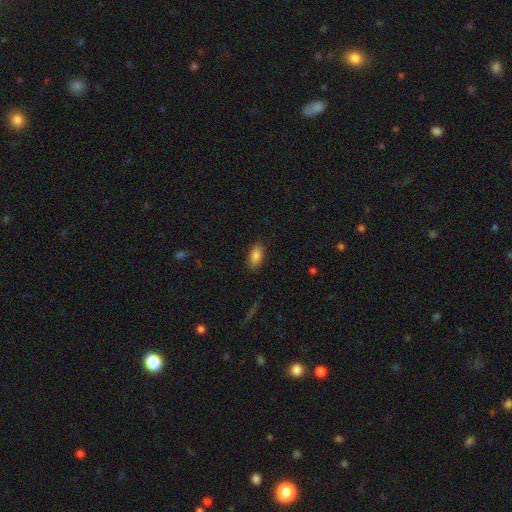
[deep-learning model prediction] Smooth or featured? Predicted: smooth (p=0.85). How rounded? Predicted: in between (p=0.90). Merging? Predicted: none (p=0.87).